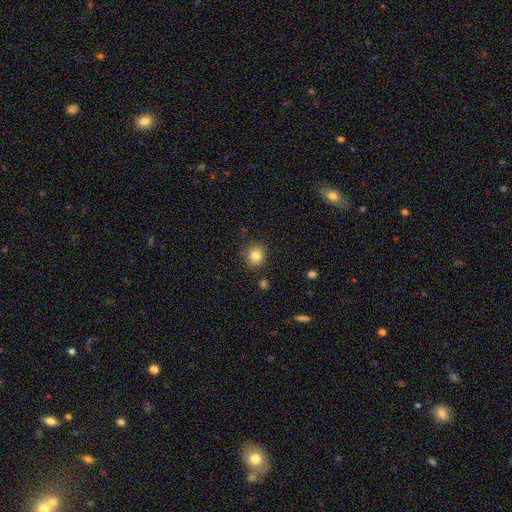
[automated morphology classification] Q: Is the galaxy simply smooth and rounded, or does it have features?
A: smooth — 83%.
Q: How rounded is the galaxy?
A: round — 81%.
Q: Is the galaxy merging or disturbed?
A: none — 85%.